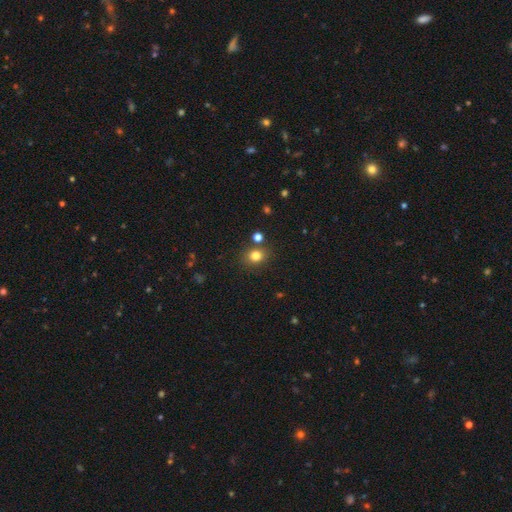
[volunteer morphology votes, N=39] Smooth or featured?
  - smooth: 82% *
  - featured or disk: 10%
  - star or artifact: 8%
How rounded?
  - round: 62% *
  - in between: 34%
  - cigar-shaped: 3%
Merging?
  - none: 86% *
  - minor disturbance: 8%
  - major disturbance: 3%
  - merger: 3%